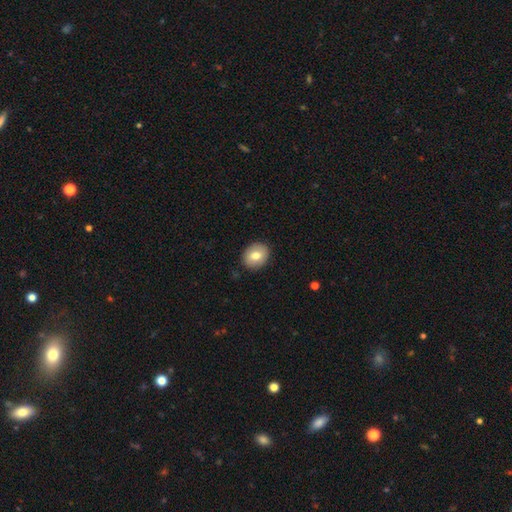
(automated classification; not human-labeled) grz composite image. It shows a smooth galaxy with no disk features (73%) that is round (60%). Merging: none (89%).